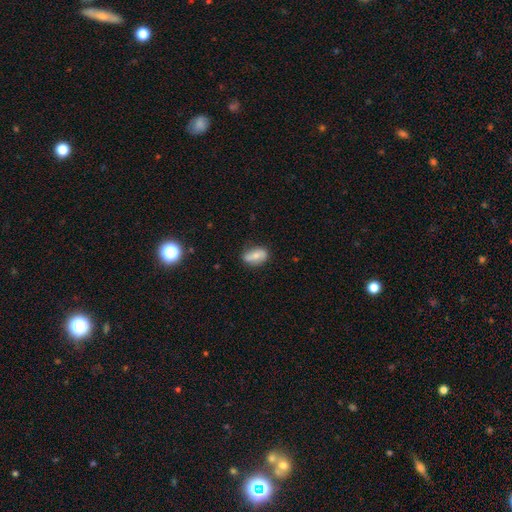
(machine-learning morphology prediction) Smooth or featured: smooth — 53% (featured or disk — 39%)
How rounded: in between — 84% (round — 10%)
Merging: none — 73% (minor disturbance — 20%)